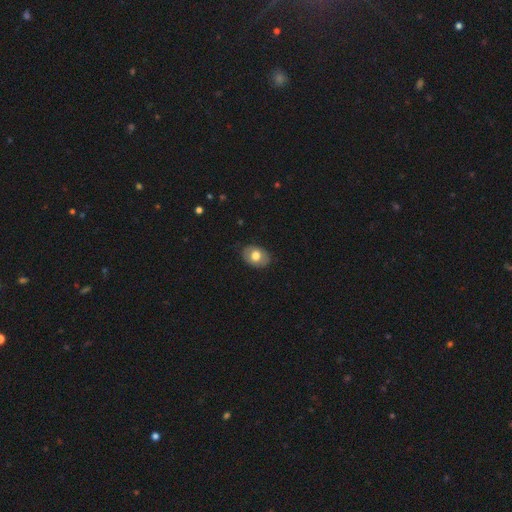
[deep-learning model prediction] smooth_or_featured: smooth (p=0.72) [alt: featured or disk p=0.21]
how_rounded: in between (p=0.75) [alt: round p=0.24]
merging: none (p=0.84) [alt: minor disturbance p=0.13]